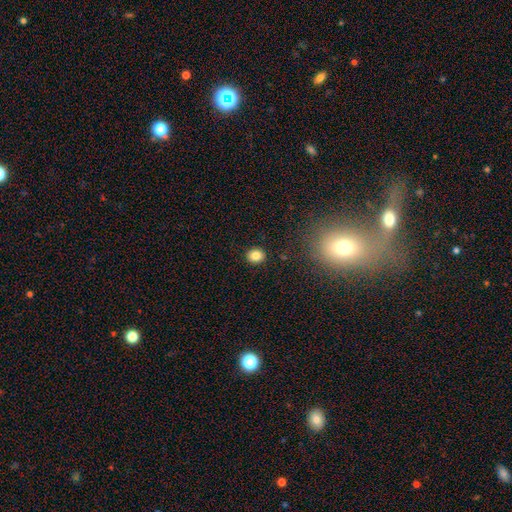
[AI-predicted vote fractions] The model was most divided on "how rounded": round: 73%, in between: 26%, cigar-shaped: 1%. More confident: merging — none (90%); smooth or featured — smooth (83%).